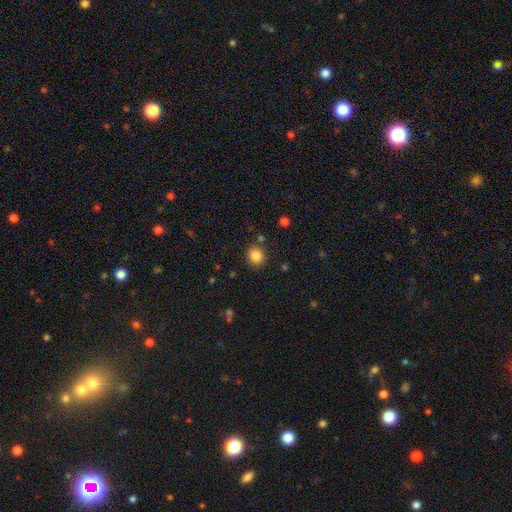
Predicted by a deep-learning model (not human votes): Q: Smooth or featured?
A: smooth (86%); runner-up: star or artifact (10%)
Q: How rounded?
A: round (75%); runner-up: in between (24%)
Q: Merging?
A: none (82%); runner-up: minor disturbance (10%)